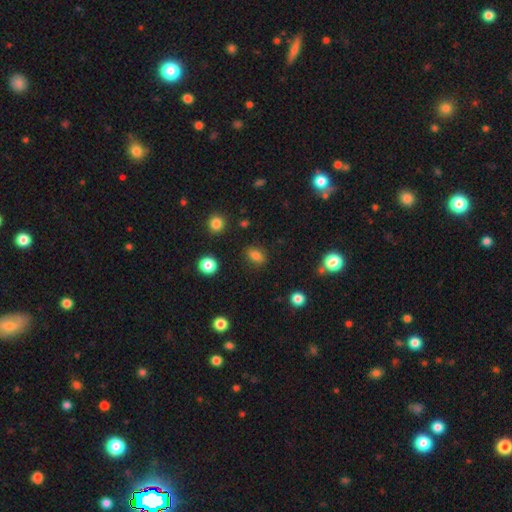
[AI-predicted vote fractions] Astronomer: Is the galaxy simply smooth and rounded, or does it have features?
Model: smooth — 82%.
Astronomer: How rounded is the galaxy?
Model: in between — 74%.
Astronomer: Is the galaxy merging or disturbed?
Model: none — 85%.